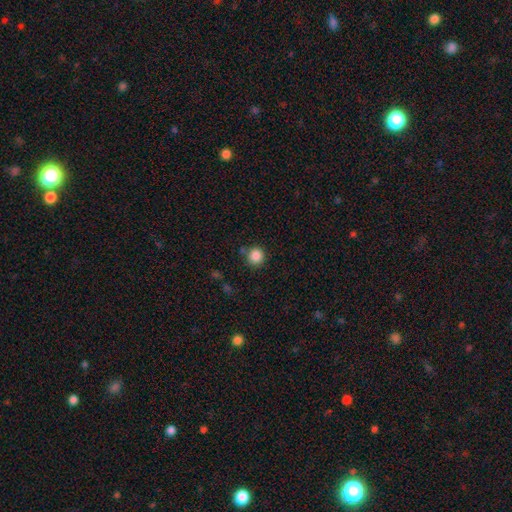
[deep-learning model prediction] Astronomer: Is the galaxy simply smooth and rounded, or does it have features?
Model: smooth — 86%.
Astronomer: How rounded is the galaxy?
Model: round — 92%.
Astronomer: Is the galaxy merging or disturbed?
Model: none — 80%.